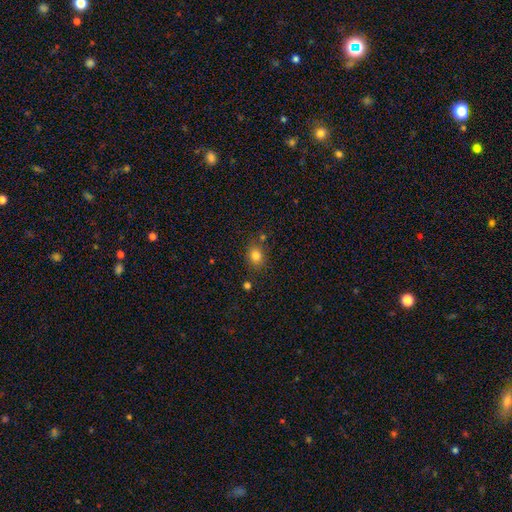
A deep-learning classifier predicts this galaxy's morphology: Overall: smooth (81%). How rounded: round (69%; in between 30%). Merging: none (77%).